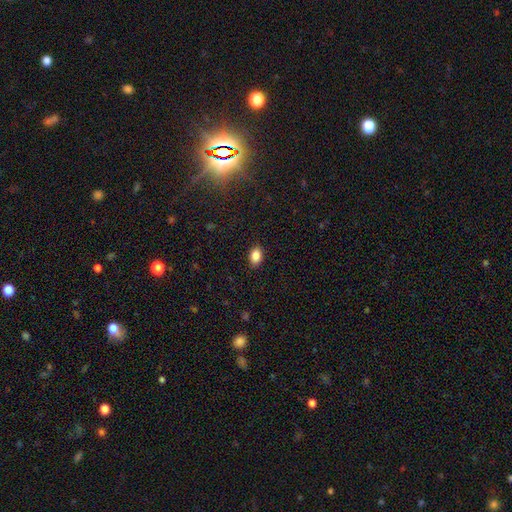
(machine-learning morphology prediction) Overall: smooth (86%). How rounded: in between (81%). Merging: none (89%).